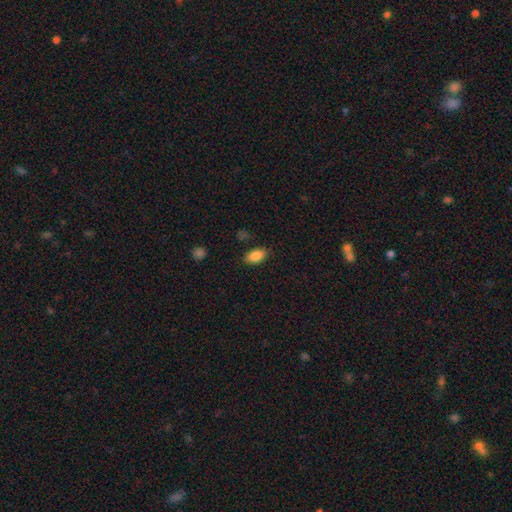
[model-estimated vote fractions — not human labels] A smooth galaxy with no disk features (86%) that is in between round and cigar-shaped (91%).

Vote fractions:
- Smooth or featured? smooth: 86% / star or artifact: 8% / featured or disk: 6%
- How rounded? in between: 91% / round: 5% / cigar-shaped: 4%
- Merging? none: 84% / minor disturbance: 11% / major disturbance: 3% / merger: 2%